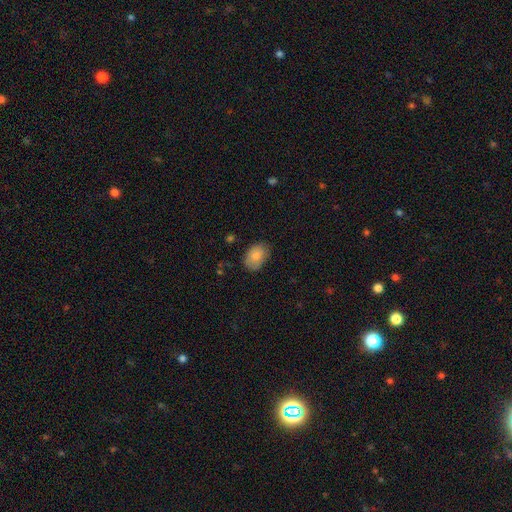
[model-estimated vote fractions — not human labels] The model was most divided on "merging": none: 76%, minor disturbance: 19%, major disturbance: 3%, merger: 1%. More confident: smooth or featured — smooth (83%); how rounded — in between (80%).